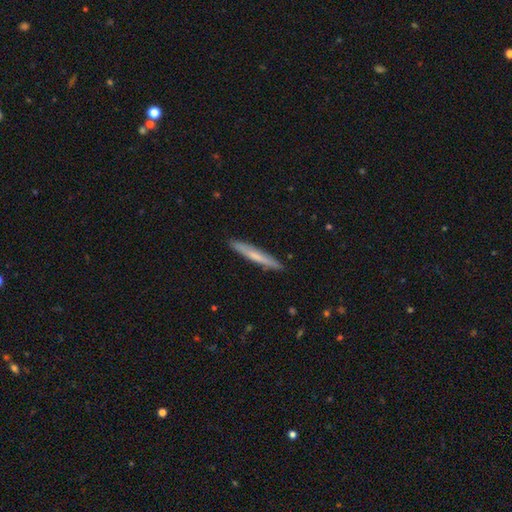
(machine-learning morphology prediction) A smooth galaxy with no disk features (59%) that is cigar-shaped (96%). Merging: none (91%).